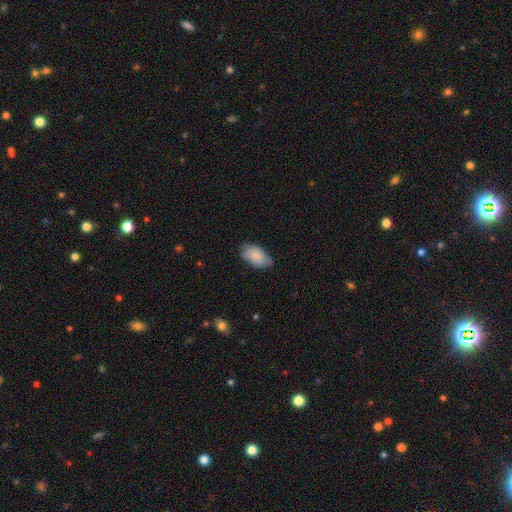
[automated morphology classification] type=smooth (85%); roundness=in between (94%); merging=none (71%).